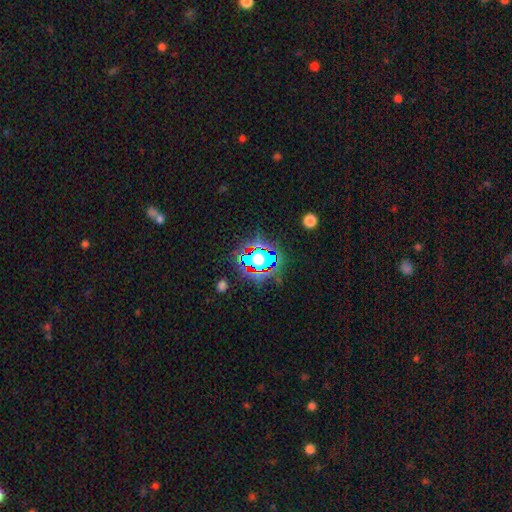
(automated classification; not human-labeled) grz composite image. It shows a star or artifact, not a galaxy (79%).